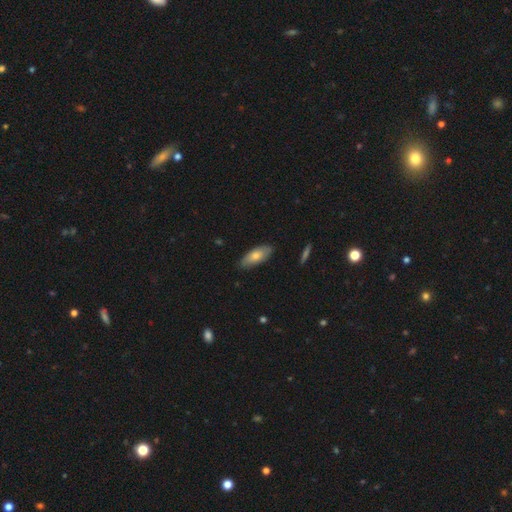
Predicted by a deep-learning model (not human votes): A smooth galaxy with no disk features (71%) that is in between round and cigar-shaped (79%).

Vote fractions:
- Smooth or featured? smooth: 71% / featured or disk: 24% / star or artifact: 6%
- How rounded? in between: 79% / cigar-shaped: 18% / round: 2%
- Merging? none: 83% / minor disturbance: 14% / major disturbance: 2% / merger: 1%